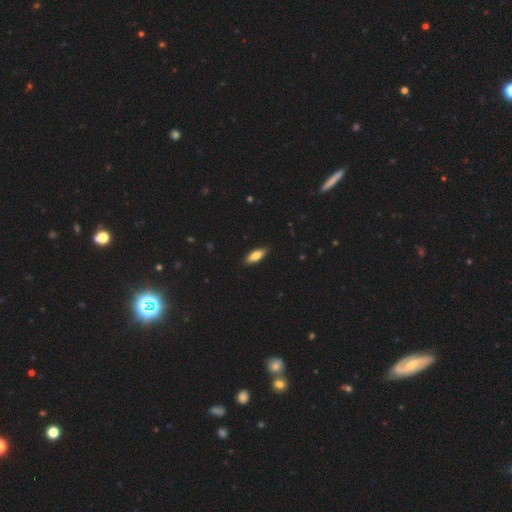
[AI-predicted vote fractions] Morphology: type=smooth (79%); roundness=in between (70%); merging=none (89%).